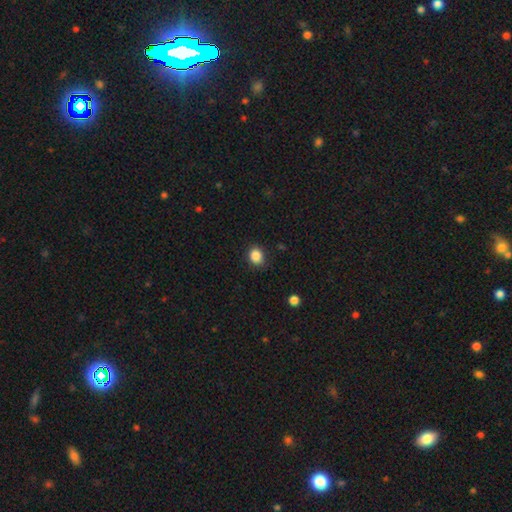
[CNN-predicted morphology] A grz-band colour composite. It shows a smooth galaxy with no disk features (86%) that is round (60%). Merging: none (84%).